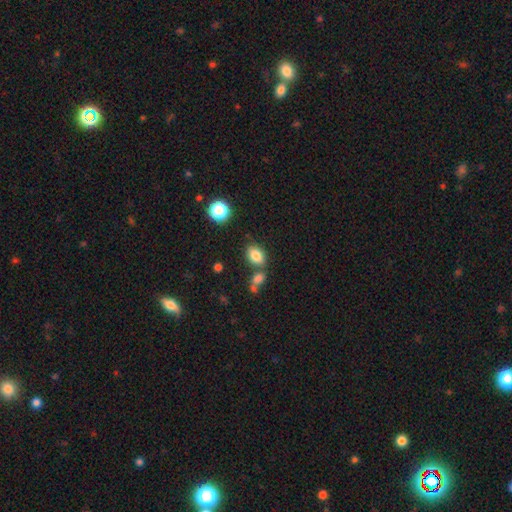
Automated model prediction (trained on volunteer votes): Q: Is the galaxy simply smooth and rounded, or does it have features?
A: smooth — 82%.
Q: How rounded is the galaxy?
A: in between — 80%.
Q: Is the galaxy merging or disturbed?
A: none — 66%.